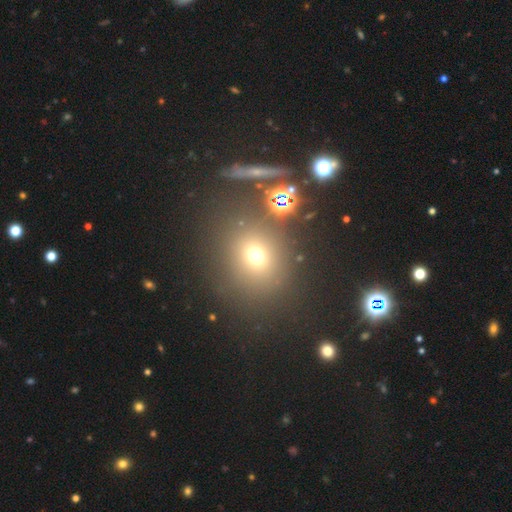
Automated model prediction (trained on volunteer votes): smooth_or_featured: smooth (p=0.66) [alt: star or artifact p=0.25]
how_rounded: round (p=0.78) [alt: in between p=0.20]
merging: none (p=0.78) [alt: minor disturbance p=0.09]